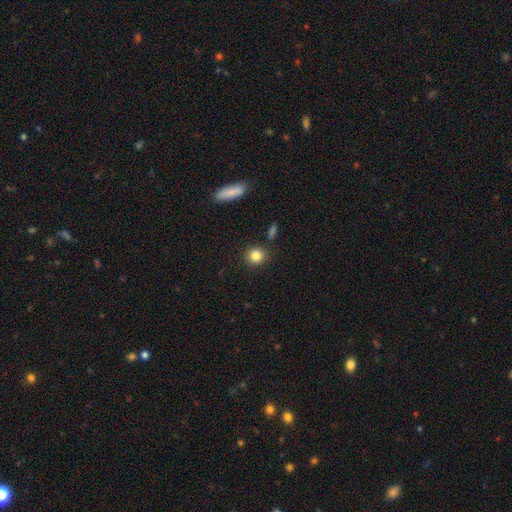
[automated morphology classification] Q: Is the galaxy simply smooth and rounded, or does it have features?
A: smooth — 84%.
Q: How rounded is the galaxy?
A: round — 86%.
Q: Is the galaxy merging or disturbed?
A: none — 88%.